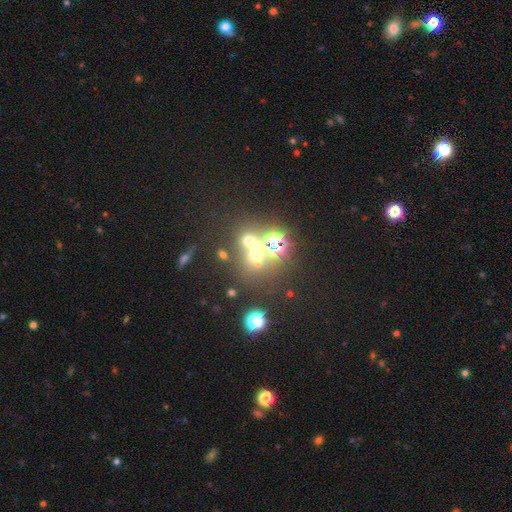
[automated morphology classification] star or artifact 41%, smooth 39%, featured or disk 20%.